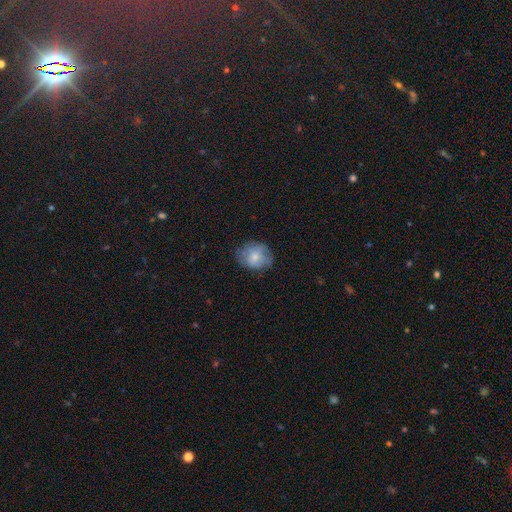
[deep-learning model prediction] Smooth or featured? smooth (66%)
How rounded? round (51%)
Merging? none (68%)